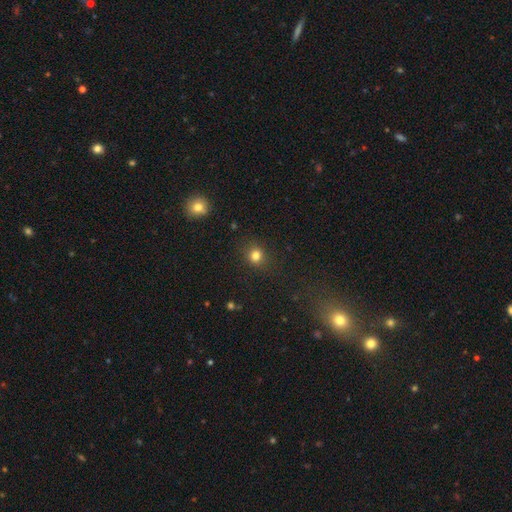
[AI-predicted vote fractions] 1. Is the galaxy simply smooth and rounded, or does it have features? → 80% smooth, 15% star or artifact, 5% featured or disk.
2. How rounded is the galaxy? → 82% round, 17% in between, 1% cigar-shaped.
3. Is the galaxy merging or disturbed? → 86% none, 9% minor disturbance, 4% major disturbance, 2% merger.